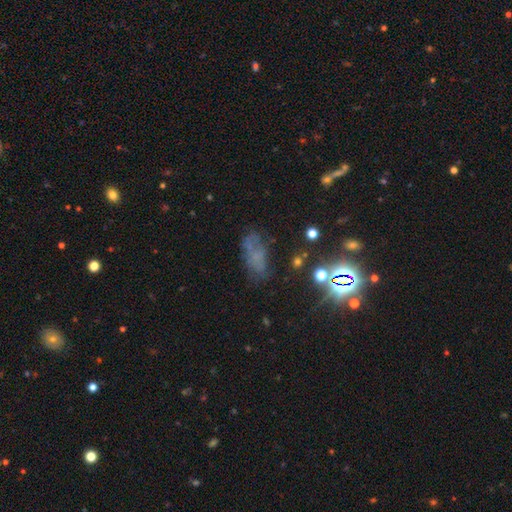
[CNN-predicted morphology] This appears to be a smooth galaxy with no disk features (40%). Merging: none (50%).